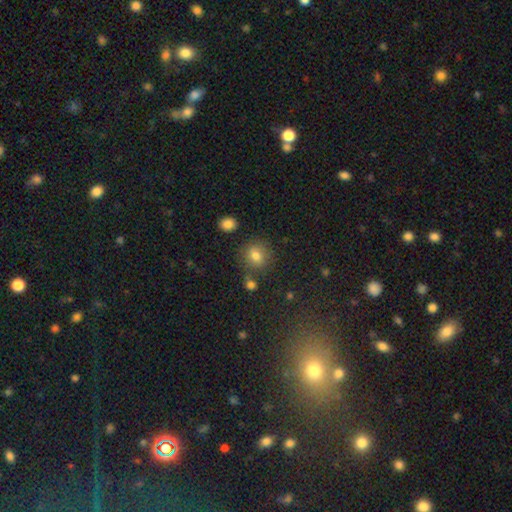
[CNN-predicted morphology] Smooth or featured: smooth — 78% (star or artifact — 13%)
How rounded: round — 79% (in between — 20%)
Merging: none — 76% (minor disturbance — 12%)